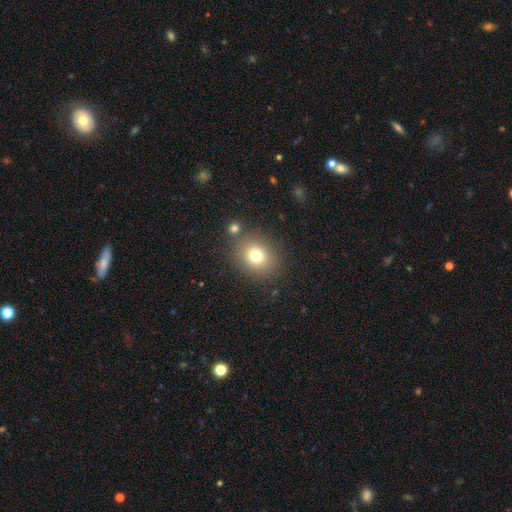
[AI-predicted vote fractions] Overall: smooth (76%). How rounded: round (63%; in between 36%). Merging: none (80%).